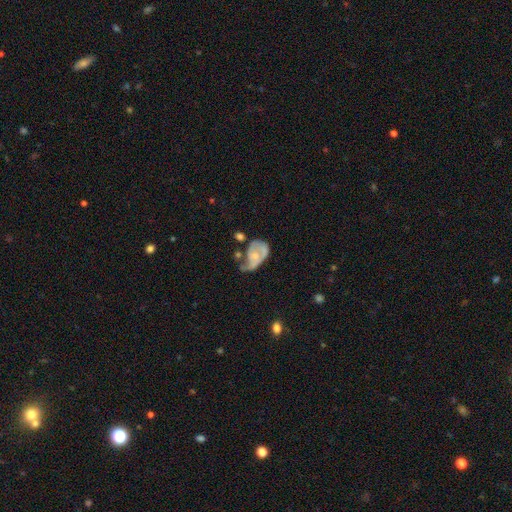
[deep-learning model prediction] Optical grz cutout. It shows a featured or disk galaxy (58%) with no bar (78%), spiral arms (54%) and a small central bulge (51%). Merging: major disturbance (44%).